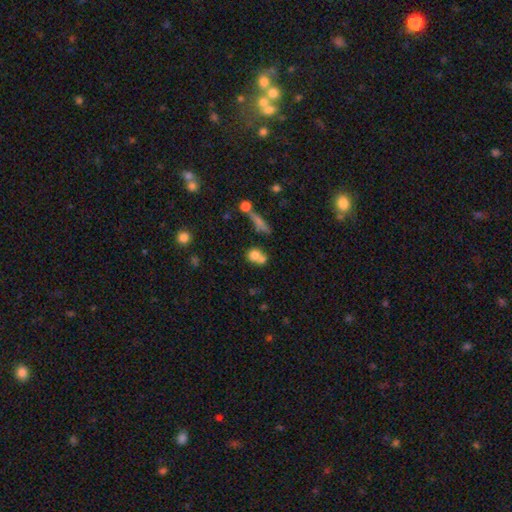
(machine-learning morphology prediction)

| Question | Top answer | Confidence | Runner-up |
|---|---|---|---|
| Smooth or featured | smooth | 70% | featured or disk (18%) |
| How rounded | round | 65% | in between (31%) |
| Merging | merger | 52% | none (34%) |